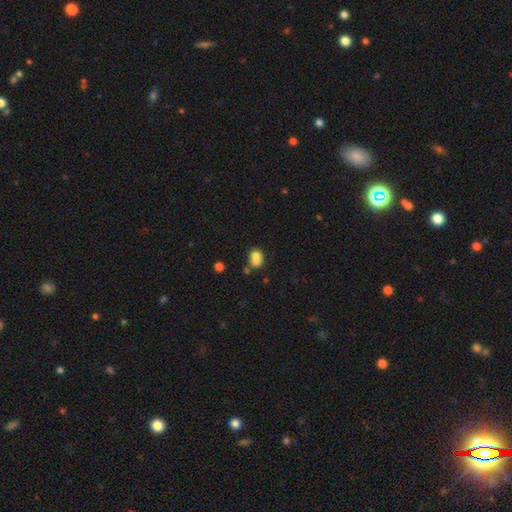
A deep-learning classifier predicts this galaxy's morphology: smooth_or_featured: smooth (p=0.72) [alt: featured or disk p=0.17]
how_rounded: round (p=0.53) [alt: in between p=0.45]
merging: merger (p=0.58) [alt: none p=0.28]